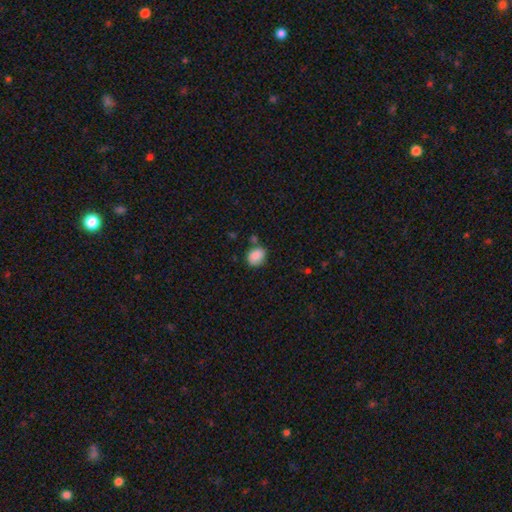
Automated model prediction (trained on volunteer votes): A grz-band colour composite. It shows a smooth galaxy with no disk features (88%) that is in between round and cigar-shaped (53%). Merging: none (69%).